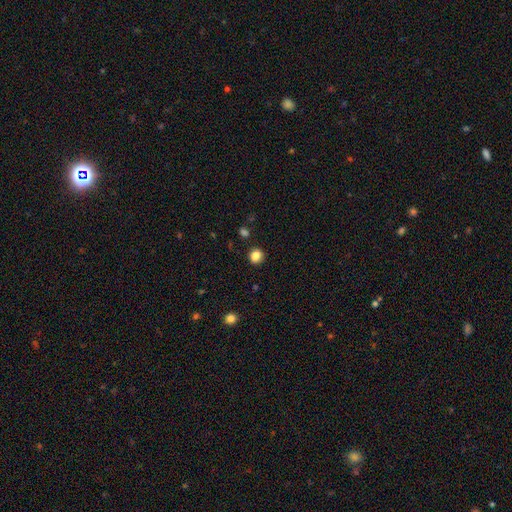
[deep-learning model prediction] A smooth galaxy with no disk features (84%) that is round (75%). Merging: none (85%).